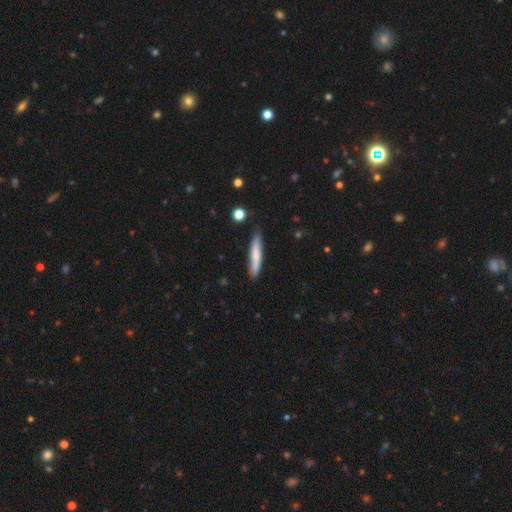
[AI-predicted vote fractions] Smooth or featured?
  - smooth: 66% *
  - featured or disk: 28%
  - star or artifact: 6%
How rounded?
  - cigar-shaped: 91% *
  - in between: 8%
  - round: 1%
Merging?
  - none: 82% *
  - minor disturbance: 13%
  - merger: 2%
  - major disturbance: 2%